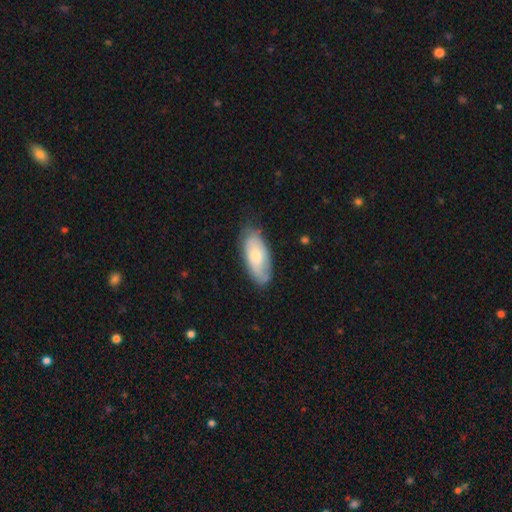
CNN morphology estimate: Smooth or featured: smooth — 56% (featured or disk — 38%)
How rounded: in between — 87% (cigar-shaped — 11%)
Merging: none — 72% (minor disturbance — 22%)